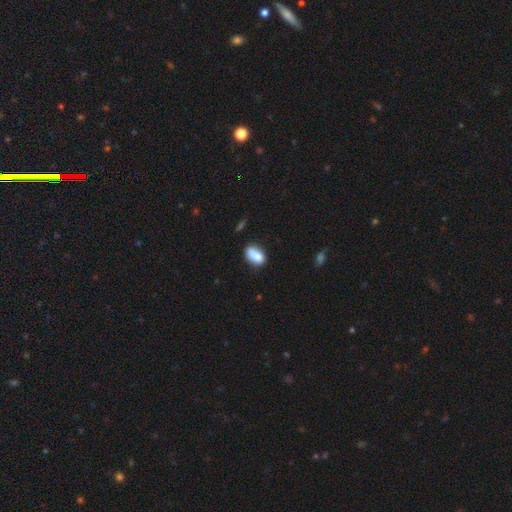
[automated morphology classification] This is likely a smooth galaxy (80%). How rounded: clearly in between (87%). Merging: possibly none (48%).